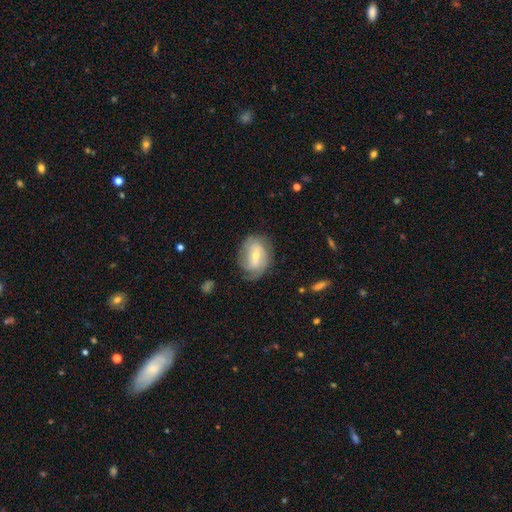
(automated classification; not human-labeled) Smooth or featured?
  - featured or disk: 65% *
  - smooth: 29%
  - star or artifact: 7%
Edge-on disk?
  - no: 96% *
  - yes: 4%
Bar?
  - weak: 50% *
  - no: 28%
  - strong: 22%
Spiral arms?
  - yes: 84% *
  - no: 16%
Spiral winding?
  - tight: 47% *
  - medium: 36%
  - loose: 17%
Spiral arm count?
  - 2: 37% *
  - can't tell: 33%
  - 3: 12%
  - 1: 12%
  - 4: 3%
  - more than 4: 3%
Bulge size?
  - moderate: 49% *
  - small: 46%
  - large: 3%
  - none: 2%
  - dominant: 1%
Merging?
  - none: 63% *
  - minor disturbance: 24%
  - major disturbance: 11%
  - merger: 2%